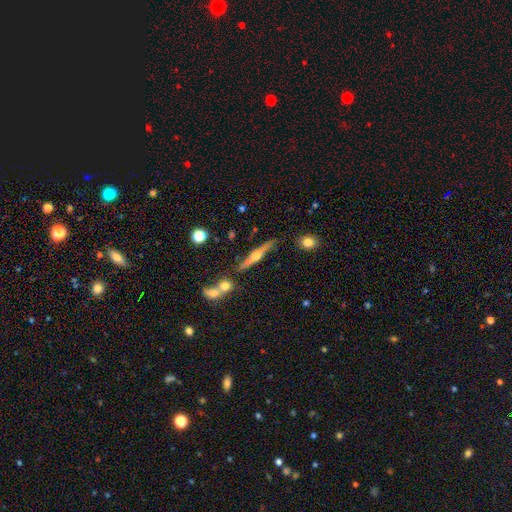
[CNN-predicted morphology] featured or disk 71%, smooth 23%, star or artifact 6%. Down the decision tree: edge-on disk — yes (95%); edge-on bulge — rounded (92%); merging — none (75%).